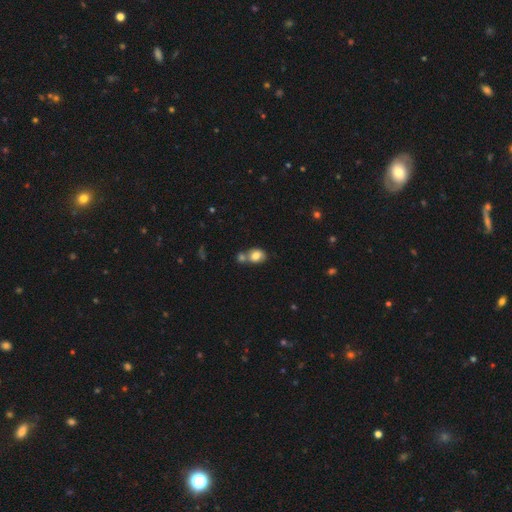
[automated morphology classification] A smooth galaxy with no disk features (81%) that is in between round and cigar-shaped (54%).

Vote fractions:
- Smooth or featured? smooth: 81% / featured or disk: 11% / star or artifact: 9%
- How rounded? in between: 54% / round: 45% / cigar-shaped: 1%
- Merging? merger: 42% (tied) / none: 42% (tied) / minor disturbance: 12% / major disturbance: 4%